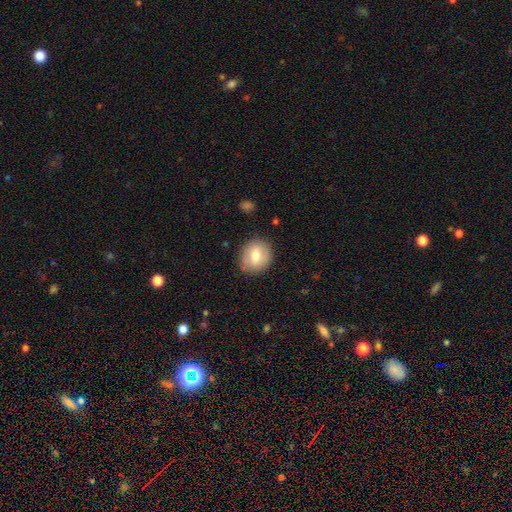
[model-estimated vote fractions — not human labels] smooth 69%, featured or disk 23%, star or artifact 8%. Down the decision tree: how rounded — round (74%); merging — none (84%).